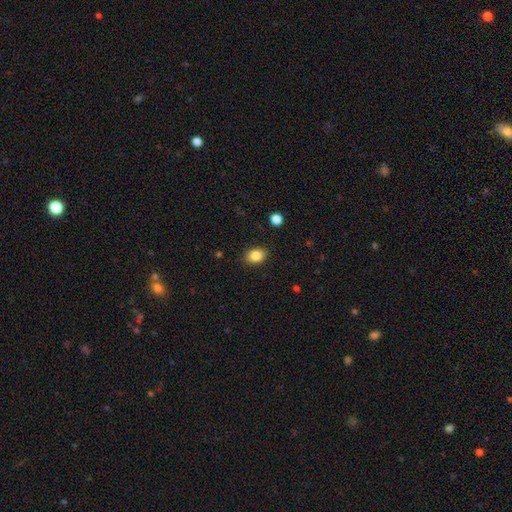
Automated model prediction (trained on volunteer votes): smooth_or_featured: smooth (p=0.85) [alt: star or artifact p=0.10]
how_rounded: in between (p=0.65) [alt: round p=0.34]
merging: none (p=0.87) [alt: minor disturbance p=0.09]